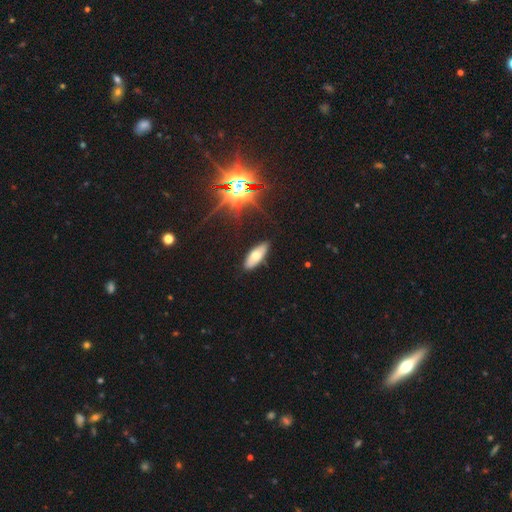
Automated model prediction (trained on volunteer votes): A smooth galaxy with no disk features (63%) that is in between round and cigar-shaped (75%). Merging: none (86%).